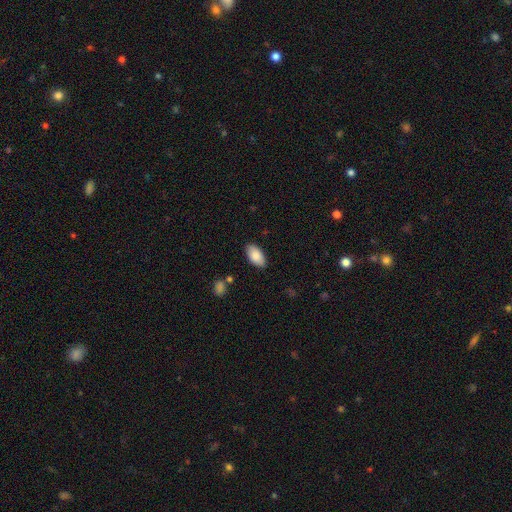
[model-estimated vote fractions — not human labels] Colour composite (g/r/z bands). It shows a smooth galaxy with no disk features (87%) that is in between round and cigar-shaped (95%). Merging: none (86%).